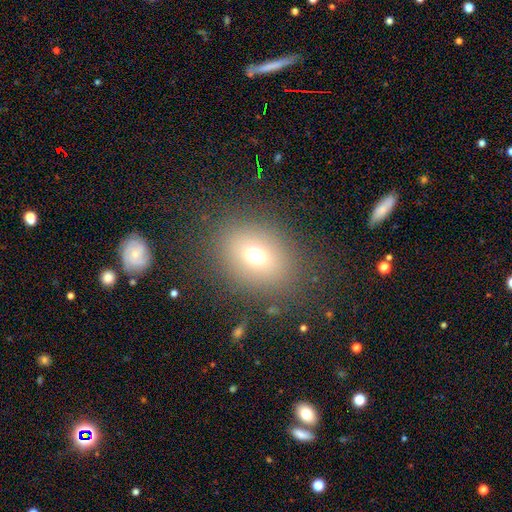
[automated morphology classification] Smooth or featured: smooth — 69% (star or artifact — 18%)
How rounded: in between — 53% (round — 46%)
Merging: none — 83% (minor disturbance — 9%)